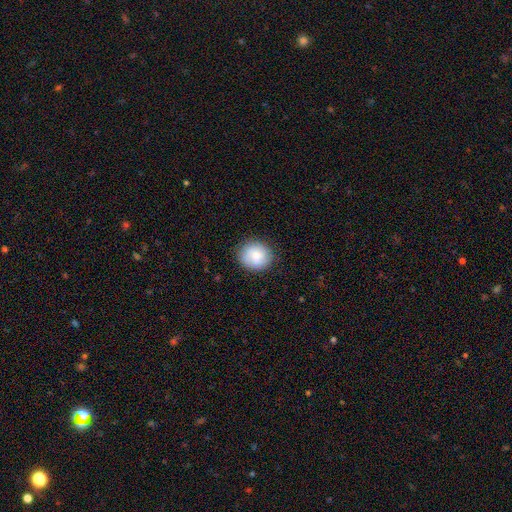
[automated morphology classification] Overall: smooth (73%). How rounded: round (82%). Merging: none (84%).